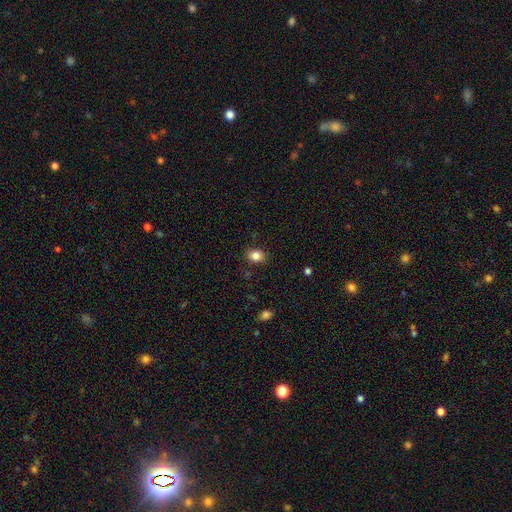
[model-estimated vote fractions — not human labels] Overall: smooth (83%). How rounded: in between (53%; round 46%). Merging: none (85%).